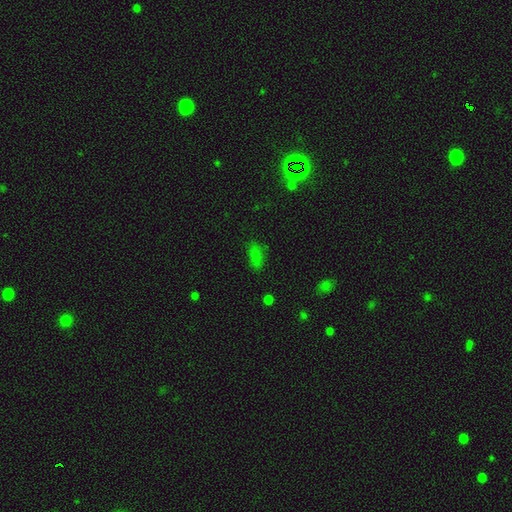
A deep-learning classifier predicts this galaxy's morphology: Smooth or featured? Predicted: smooth (p=0.75). How rounded? Predicted: in between (p=0.83). Merging? Predicted: none (p=0.75).